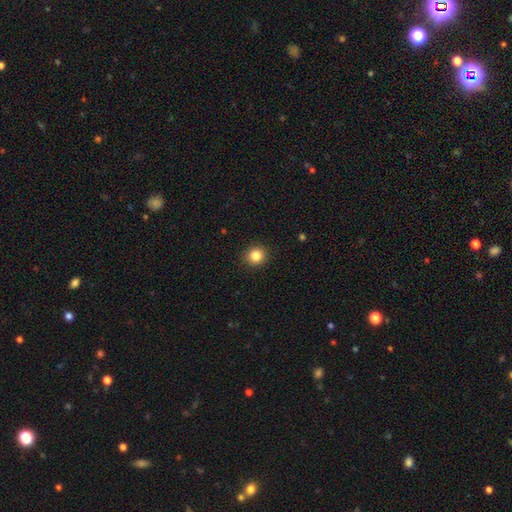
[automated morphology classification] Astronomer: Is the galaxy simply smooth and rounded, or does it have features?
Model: smooth — 84%.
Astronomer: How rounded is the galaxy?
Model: round — 89%.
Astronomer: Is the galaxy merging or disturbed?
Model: none — 92%.